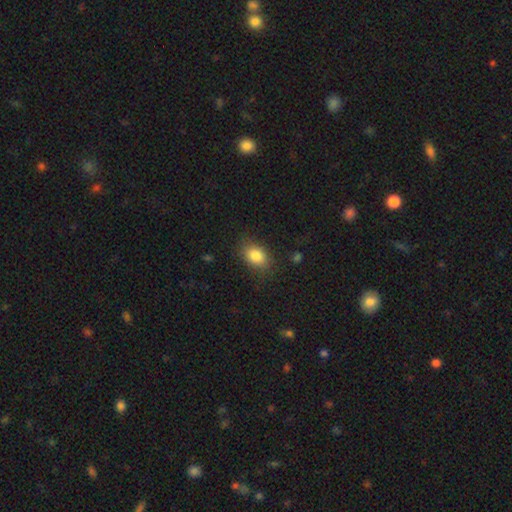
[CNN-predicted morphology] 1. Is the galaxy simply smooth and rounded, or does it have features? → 84% smooth, 9% star or artifact, 7% featured or disk.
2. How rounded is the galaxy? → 76% in between, 23% round, 1% cigar-shaped.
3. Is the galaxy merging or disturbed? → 80% none, 14% minor disturbance, 5% major disturbance, 1% merger.